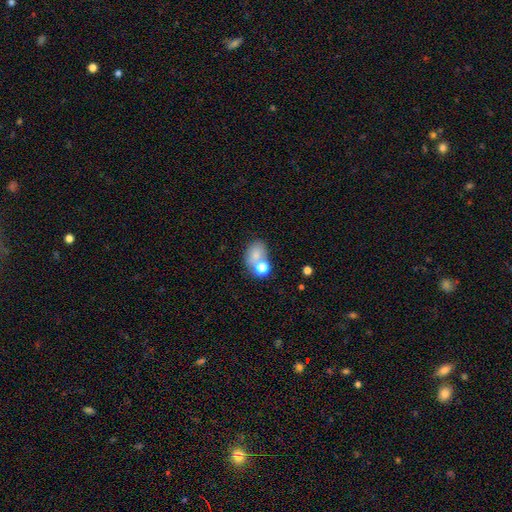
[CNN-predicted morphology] smooth_or_featured: smooth (p=0.73) [alt: featured or disk p=0.15]
how_rounded: in between (p=0.65) [alt: round p=0.34]
merging: none (p=0.43) [alt: merger p=0.36]